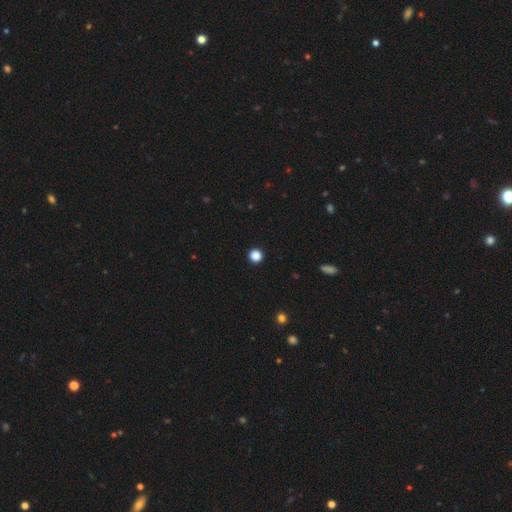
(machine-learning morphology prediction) Smooth or featured? Predicted: smooth (p=0.86). How rounded? Predicted: round (p=0.95). Merging? Predicted: none (p=0.94).